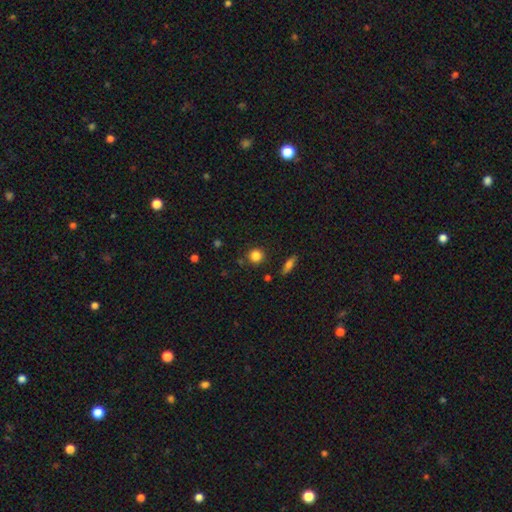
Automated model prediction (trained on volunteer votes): This is clearly a smooth galaxy (83%). How rounded: clearly round (91%). Merging: clearly none (84%).